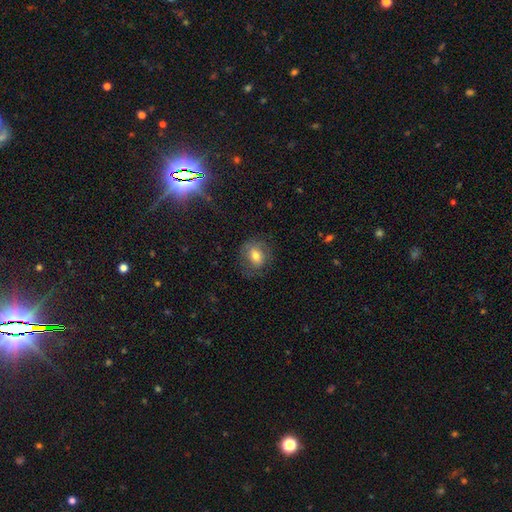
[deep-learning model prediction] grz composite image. It shows a smooth galaxy with no disk features (66%) that is round (60%). Merging: none (72%).